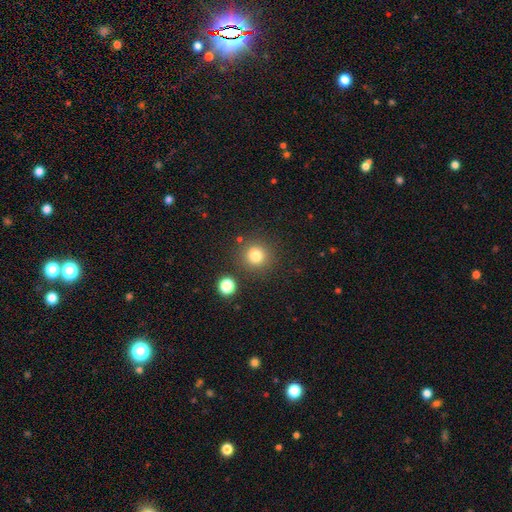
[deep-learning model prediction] Smooth or featured: smooth — 80% (star or artifact — 13%)
How rounded: round — 93% (in between — 6%)
Merging: none — 85% (minor disturbance — 8%)